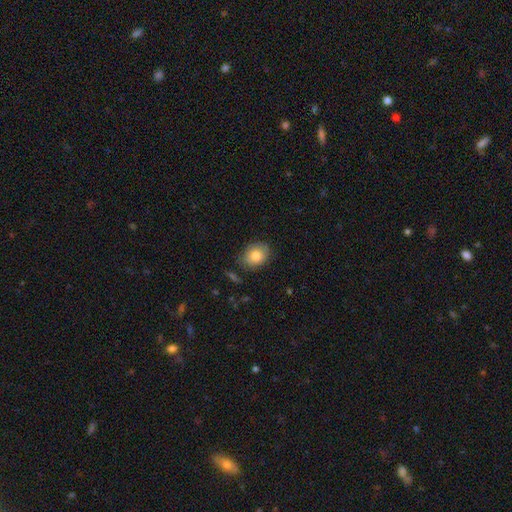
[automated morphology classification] smooth-or-featured: smooth: 81% | featured or disk: 11% | star or artifact: 8%
  how-rounded: in between: 59% | round: 40% | cigar-shaped: 1%
  merging: none: 79% | minor disturbance: 16% | major disturbance: 3% | merger: 2%